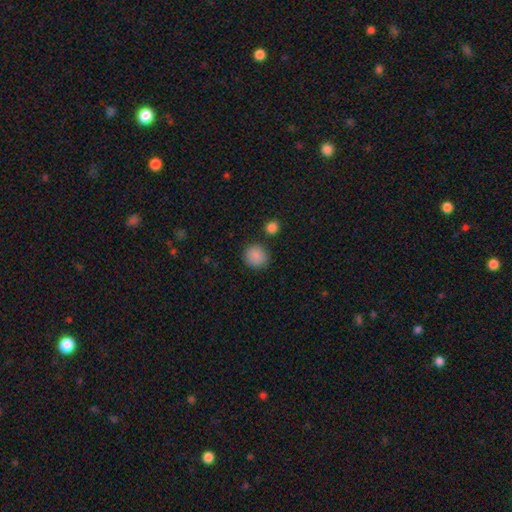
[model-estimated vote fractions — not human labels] Morphology: type=smooth (87%); roundness=round (90%); merging=none (85%).